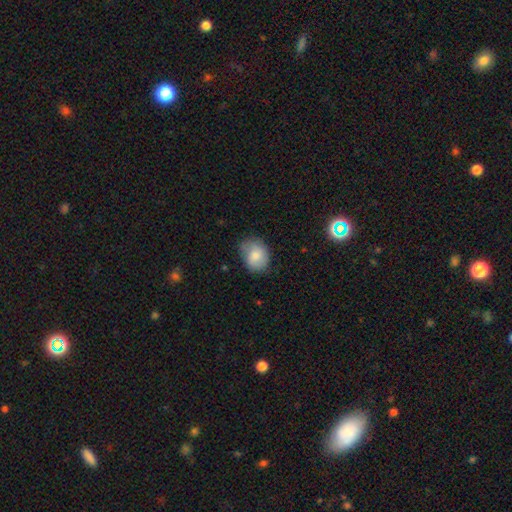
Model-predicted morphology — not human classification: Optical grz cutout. It shows a smooth galaxy with no disk features (75%) that is round (56%). Merging: none (64%).